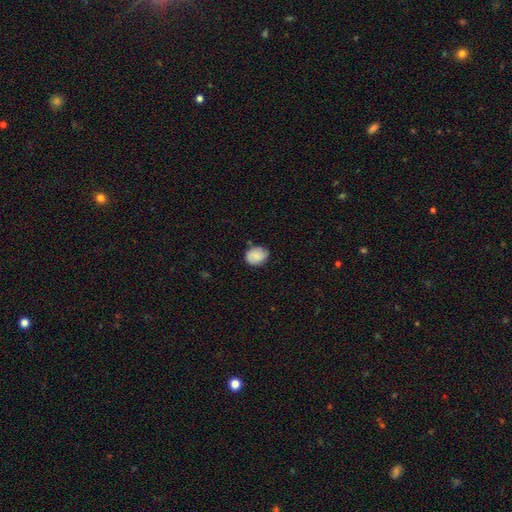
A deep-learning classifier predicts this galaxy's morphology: A smooth galaxy with no disk features (80%) that is in between round and cigar-shaped (50%). Merging: none (73%).